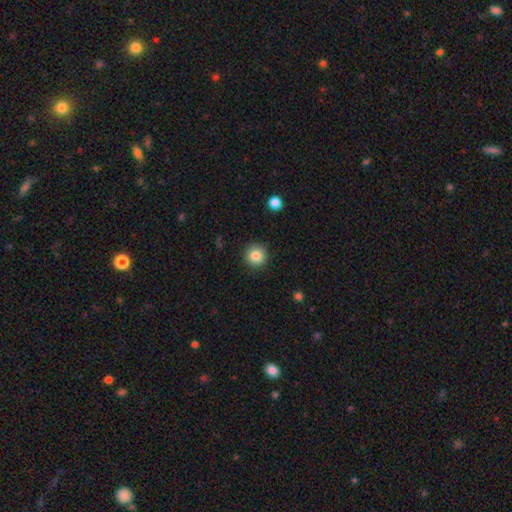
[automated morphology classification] The model was most divided on "smooth or featured": smooth: 84%, star or artifact: 10%, featured or disk: 6%. More confident: how rounded — round (95%); merging — none (91%).